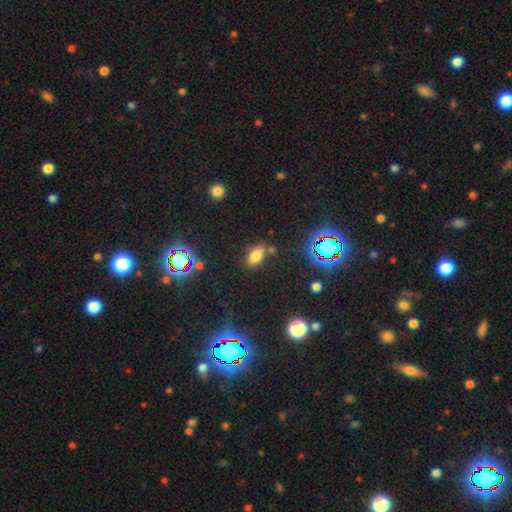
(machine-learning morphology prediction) smooth 71%, star or artifact 21%, featured or disk 9%. Down the decision tree: how rounded — in between (86%); merging — none (74%).